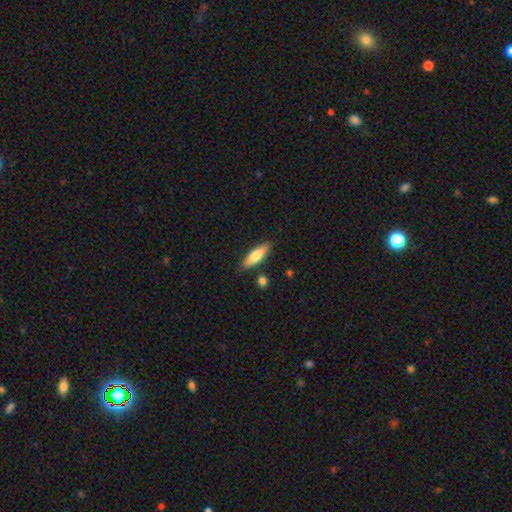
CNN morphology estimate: Overall: smooth (70%). How rounded: cigar-shaped (51%; in between 46%). Merging: none (83%).